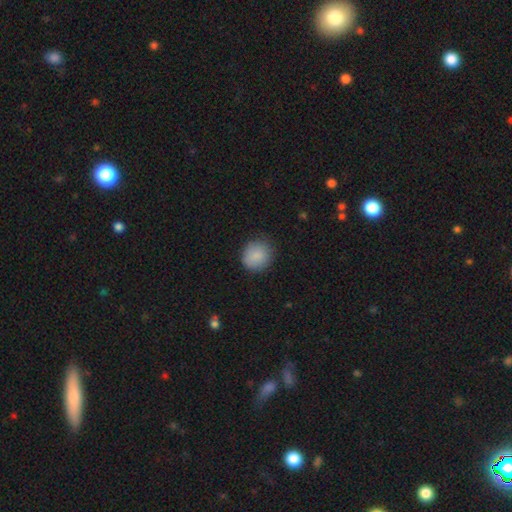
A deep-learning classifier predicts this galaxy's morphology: type=smooth (88%); roundness=round (84%); merging=none (81%).